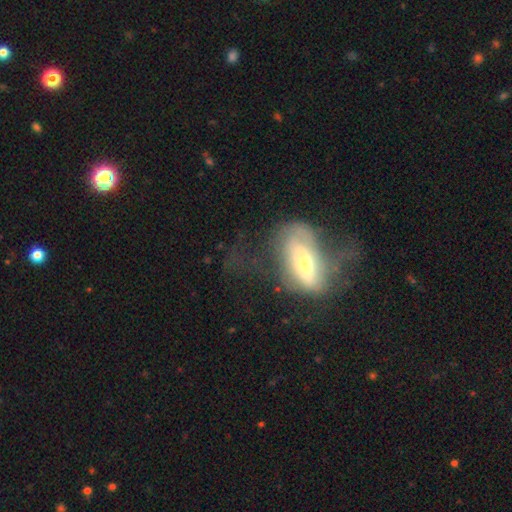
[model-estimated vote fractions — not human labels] smooth-or-featured: featured or disk: 53% | smooth: 35% | star or artifact: 12%
  disk-edge-on: no: 76% | yes: 24%
  merging: major disturbance: 41% | none: 31% | minor disturbance: 23% | merger: 4%